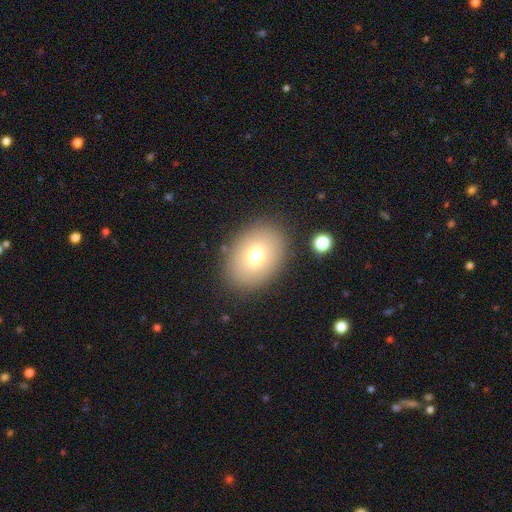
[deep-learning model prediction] Smooth or featured? smooth (71%)
How rounded? in between (66%)
Merging? none (85%)